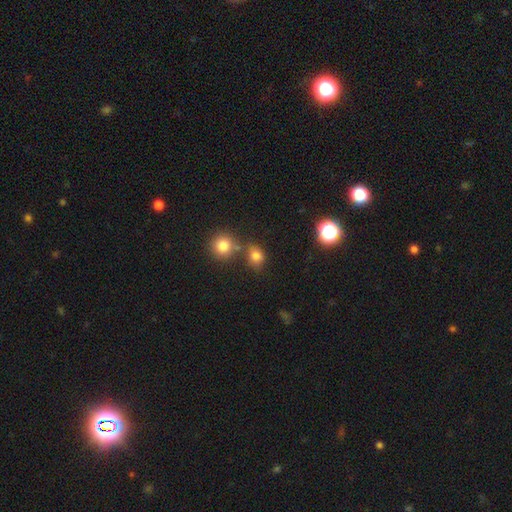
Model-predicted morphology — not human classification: smooth-or-featured: smooth: 77% | star or artifact: 16% | featured or disk: 7%
  how-rounded: round: 65% | in between: 34% | cigar-shaped: 1%
  merging: none: 62% | merger: 21% | minor disturbance: 13% | major disturbance: 5%